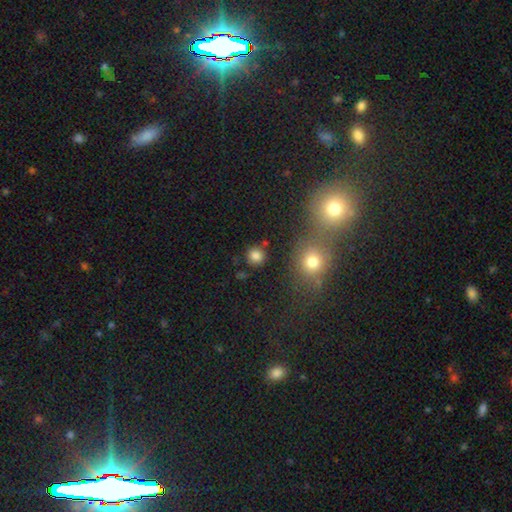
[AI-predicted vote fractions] This appears to be a smooth galaxy with no disk features (82%) that is round (91%). Merging: none (86%).